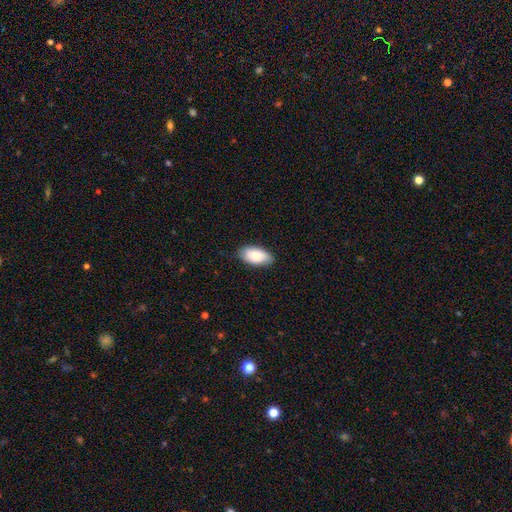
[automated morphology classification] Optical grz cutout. It shows a smooth galaxy with no disk features (87%) that is in between round and cigar-shaped (95%). Merging: none (83%).